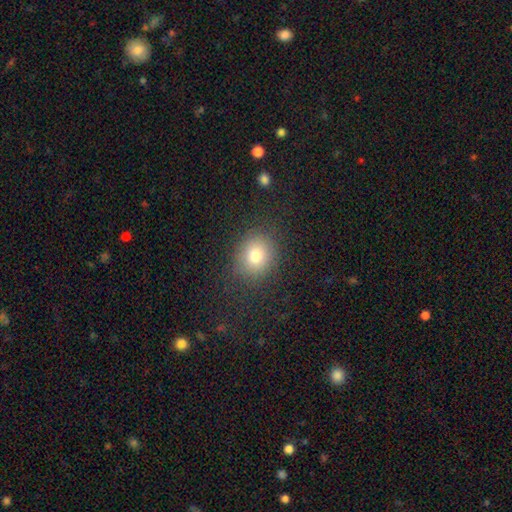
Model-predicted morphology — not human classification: Smooth or featured? smooth (78%)
How rounded? round (71%)
Merging? none (85%)